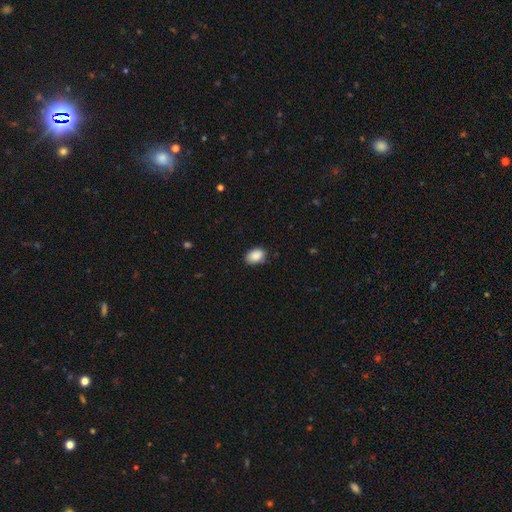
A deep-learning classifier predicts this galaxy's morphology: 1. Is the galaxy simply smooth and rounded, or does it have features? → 89% smooth, 7% star or artifact, 4% featured or disk.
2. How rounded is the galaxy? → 83% in between, 16% round, 1% cigar-shaped.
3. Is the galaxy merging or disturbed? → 80% none, 16% minor disturbance, 3% major disturbance, 1% merger.